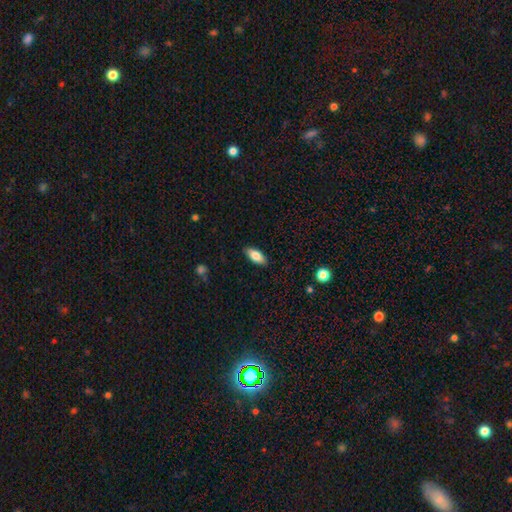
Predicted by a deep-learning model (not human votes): The model was most divided on "smooth or featured": smooth: 77%, featured or disk: 16%, star or artifact: 6%. More confident: merging — none (89%); how rounded — in between (81%).